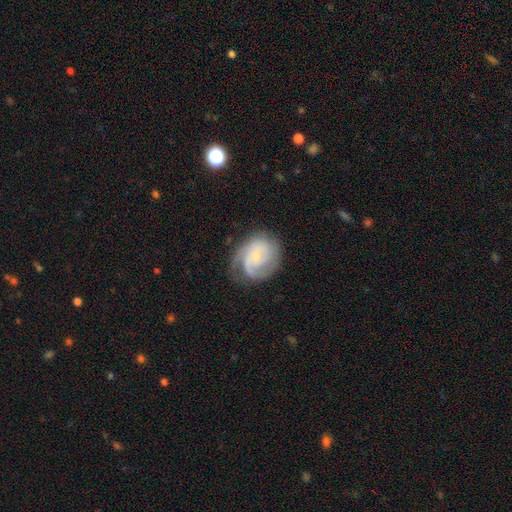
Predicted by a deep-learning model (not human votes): A featured or disk galaxy (78%) with no bar (71%), 2 (35%) tight (53%) spiral arms (94%) and a small central bulge (75%).

Vote fractions:
- Smooth or featured? featured or disk: 78% / smooth: 16% / star or artifact: 6%
- Edge-on disk? no: 98% / yes: 2%
- Bar? no: 71% / weak: 25% / strong: 4%
- Spiral arms? yes: 94% / no: 6%
- Spiral winding? tight: 53% / medium: 35% / loose: 12%
- Spiral arm count? 2: 35% / can't tell: 24% / 3: 19% / 1: 14% / 4: 4% / more than 4: 4%
- Bulge size? small: 75% / moderate: 19% / none: 3% / large: 1% / dominant: 1%
- Merging? none: 65% / minor disturbance: 22% / major disturbance: 12% / merger: 1%